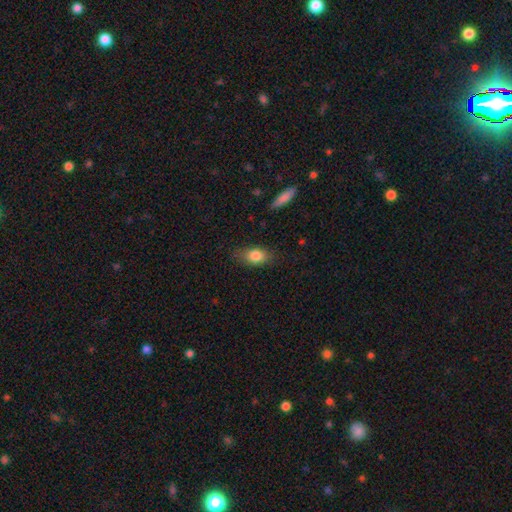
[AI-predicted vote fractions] This appears to be a smooth galaxy with no disk features (81%) that is in between round and cigar-shaped (82%). Merging: none (78%).